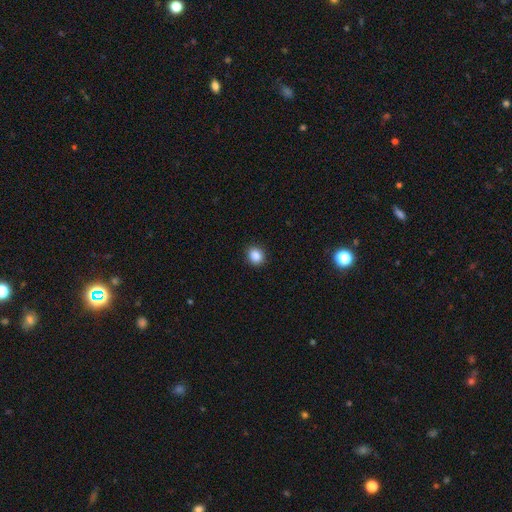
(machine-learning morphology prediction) The model was most divided on "how rounded": round: 70%, in between: 29%, cigar-shaped: 1%. More confident: merging — none (91%); smooth or featured — smooth (87%).